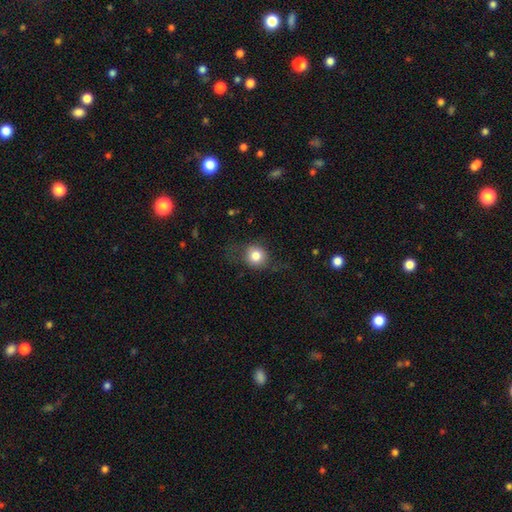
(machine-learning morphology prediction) Smooth or featured? smooth (77%)
How rounded? round (79%)
Merging? none (63%)